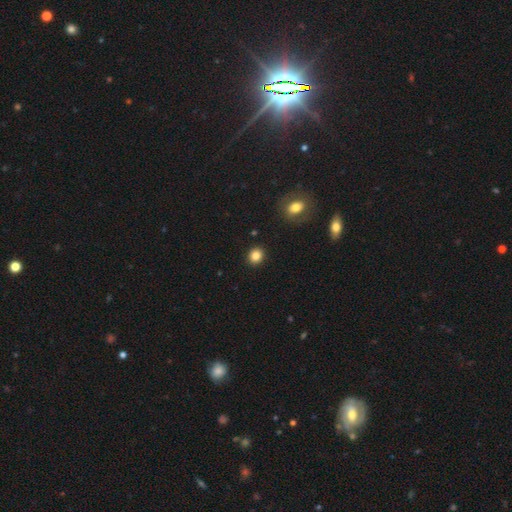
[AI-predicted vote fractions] A smooth galaxy with no disk features (84%) that is round (78%).

Vote fractions:
- Smooth or featured? smooth: 84% / star or artifact: 11% / featured or disk: 5%
- How rounded? round: 78% / in between: 21% / cigar-shaped: 1%
- Merging? none: 91% / minor disturbance: 6% / major disturbance: 2% / merger: 1%